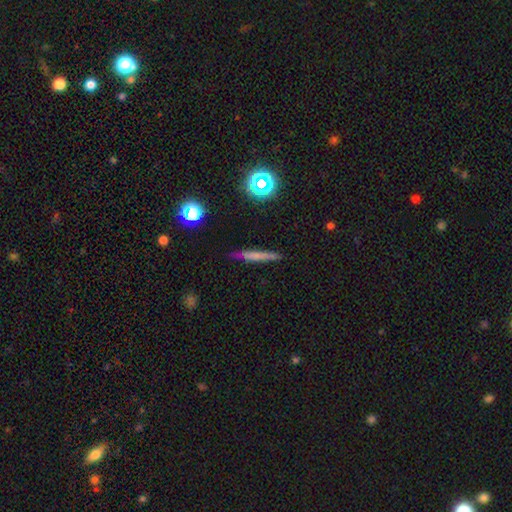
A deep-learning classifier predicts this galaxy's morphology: This appears to be a smooth galaxy with no disk features (54%) that is cigar-shaped (91%). Merging: none (86%).